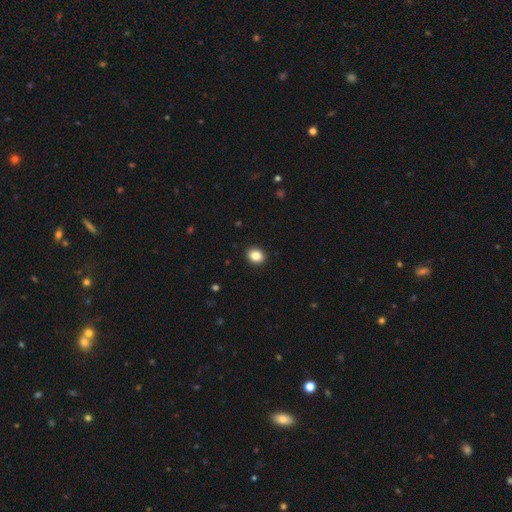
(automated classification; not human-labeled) This appears to be a smooth galaxy with no disk features (86%) that is in between round and cigar-shaped (50%). Merging: none (91%).